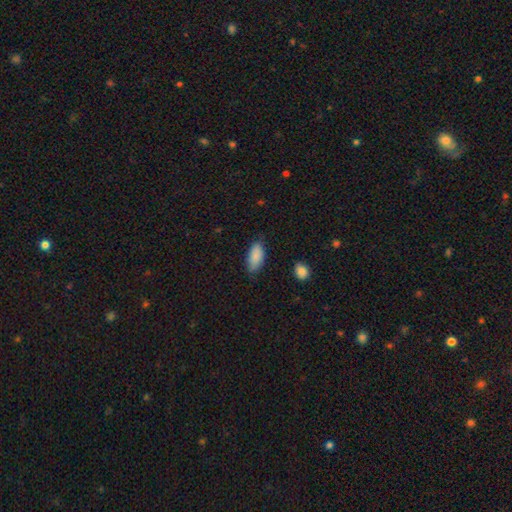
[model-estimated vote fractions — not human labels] smooth 87%, star or artifact 7%, featured or disk 6%. Down the decision tree: how rounded — in between (90%); merging — none (74%).